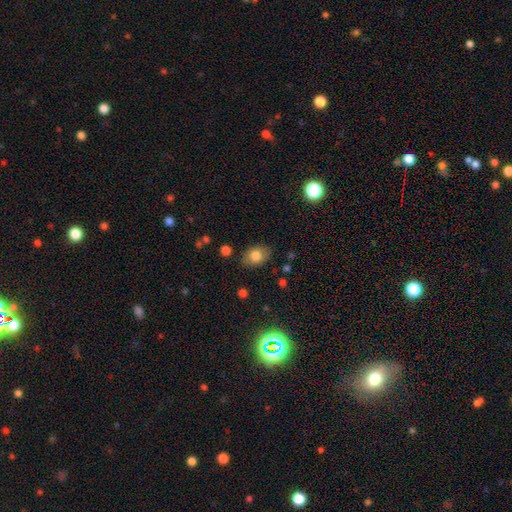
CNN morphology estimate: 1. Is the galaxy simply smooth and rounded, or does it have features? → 79% smooth, 13% featured or disk, 8% star or artifact.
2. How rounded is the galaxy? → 77% in between, 22% round, 1% cigar-shaped.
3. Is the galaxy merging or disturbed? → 83% none, 13% minor disturbance, 3% major disturbance, 2% merger.